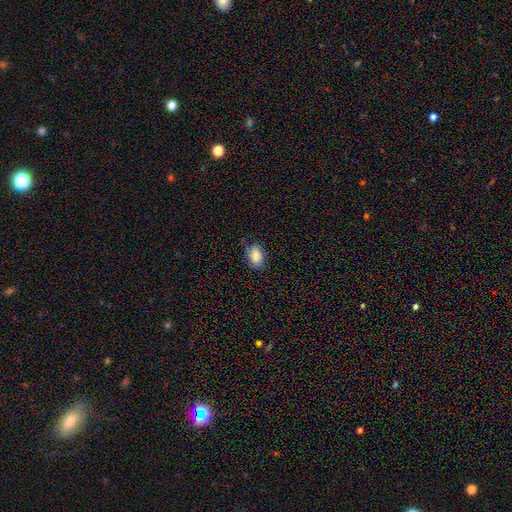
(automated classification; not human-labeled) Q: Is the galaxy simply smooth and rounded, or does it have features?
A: smooth — 84%.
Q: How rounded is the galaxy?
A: in between — 87%.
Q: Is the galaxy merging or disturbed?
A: none — 70%.